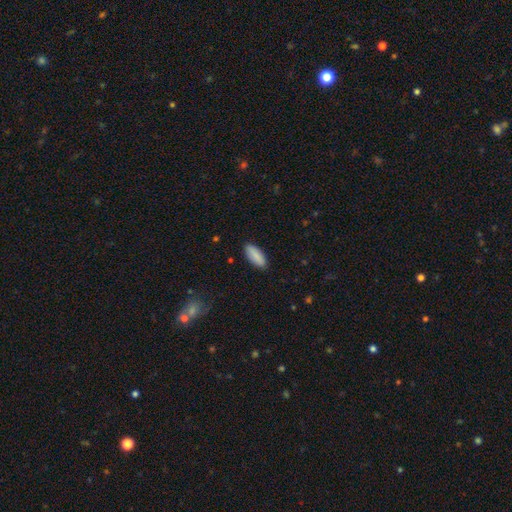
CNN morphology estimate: Smooth or featured: smooth — 89% (star or artifact — 6%)
How rounded: in between — 76% (cigar-shaped — 22%)
Merging: none — 88% (minor disturbance — 9%)